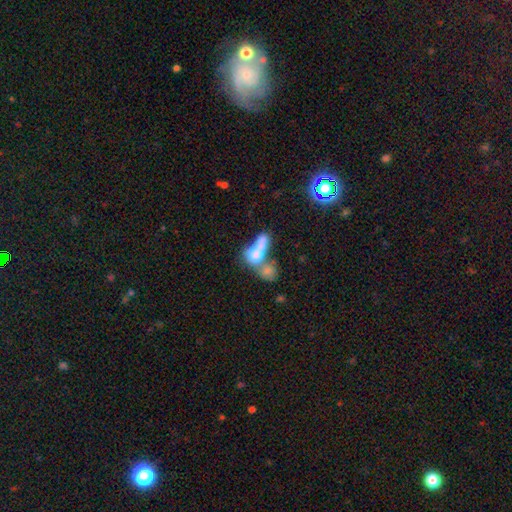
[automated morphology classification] This appears to be a smooth galaxy with no disk features (63%) that is in between round and cigar-shaped (55%). Merging: merger (69%).